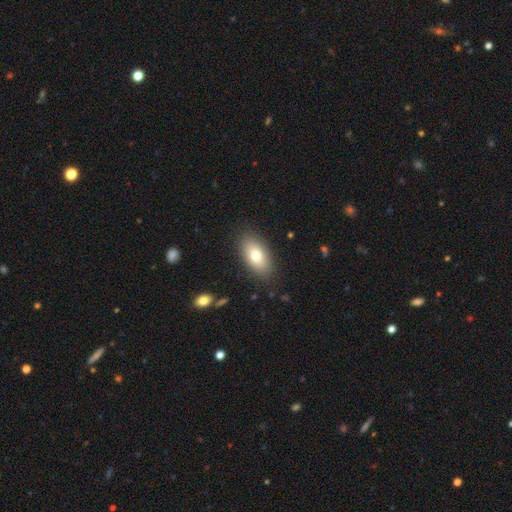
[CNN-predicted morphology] This is likely a smooth galaxy (77%). How rounded: clearly in between (91%). Merging: clearly none (86%).